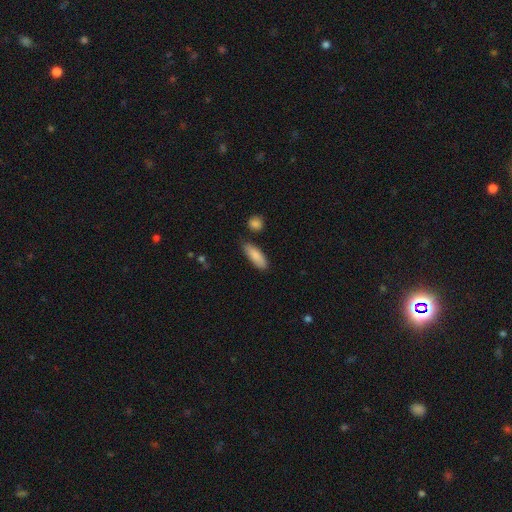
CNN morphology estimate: smooth 87%, featured or disk 7%, star or artifact 6%. Down the decision tree: how rounded — in between (61%); merging — none (78%).